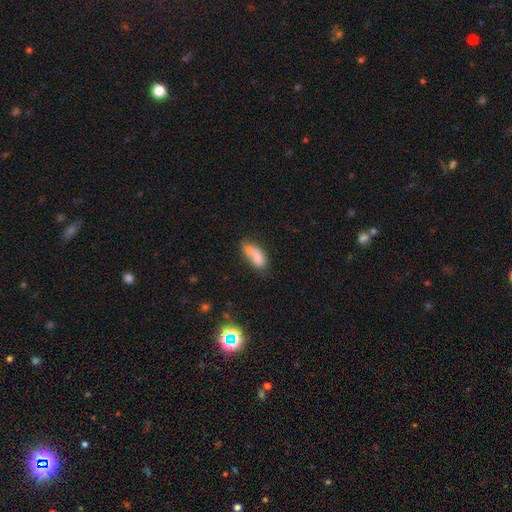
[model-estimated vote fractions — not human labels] smooth-or-featured: smooth: 75% | featured or disk: 16% | star or artifact: 9%
  how-rounded: in between: 75% | cigar-shaped: 22% | round: 4%
  merging: none: 39% | merger: 26% | minor disturbance: 23% | major disturbance: 12%